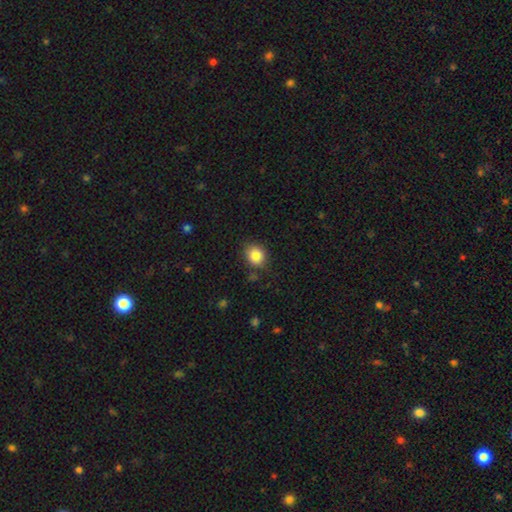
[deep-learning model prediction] smooth_or_featured: smooth (p=0.85) [alt: star or artifact p=0.10]
how_rounded: round (p=0.67) [alt: in between p=0.32]
merging: none (p=0.83) [alt: minor disturbance p=0.12]